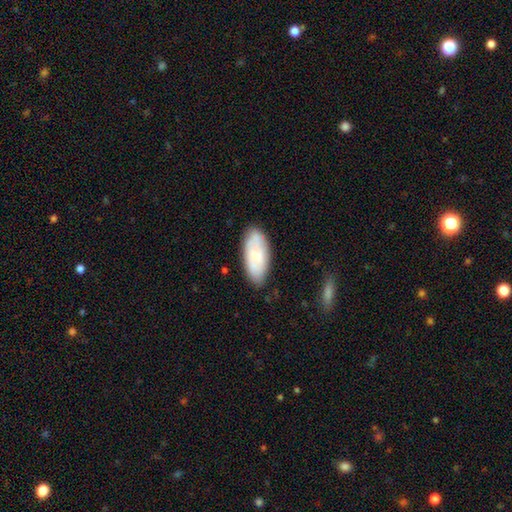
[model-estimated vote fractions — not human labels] smooth 63%, featured or disk 31%, star or artifact 6%. Down the decision tree: how rounded — in between (88%); merging — none (78%).